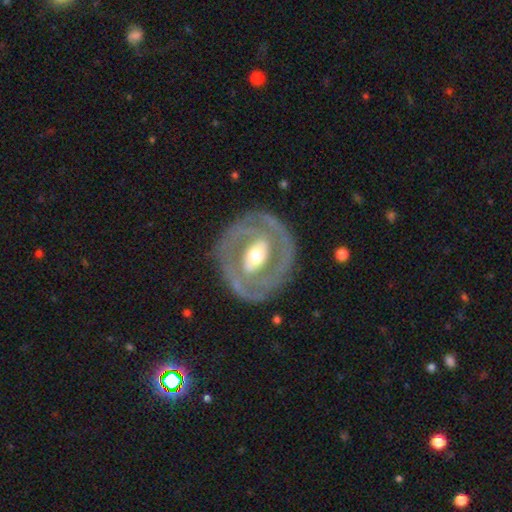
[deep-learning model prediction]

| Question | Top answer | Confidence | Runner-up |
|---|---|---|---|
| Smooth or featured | featured or disk | 78% | smooth (17%) |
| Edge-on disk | no | 95% | yes (5%) |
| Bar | strong | 39% | weak (33%) |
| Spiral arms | yes | 56% | no (44%) |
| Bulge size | moderate | 66% | small (16%) |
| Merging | none | 79% | minor disturbance (13%) |